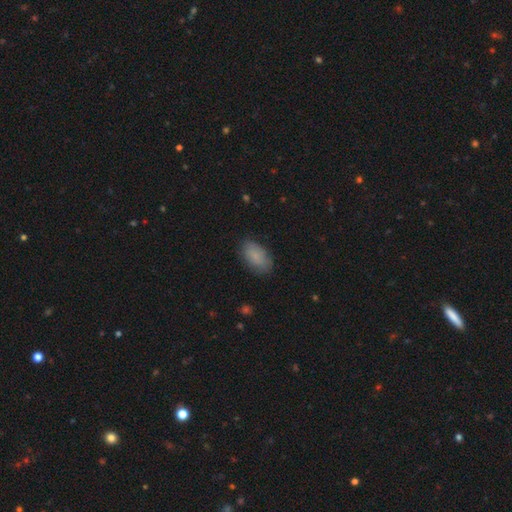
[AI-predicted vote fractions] The model was most divided on "merging": none: 79%, minor disturbance: 16%, major disturbance: 4%, merger: 1%. More confident: how rounded — in between (93%); smooth or featured — smooth (84%).